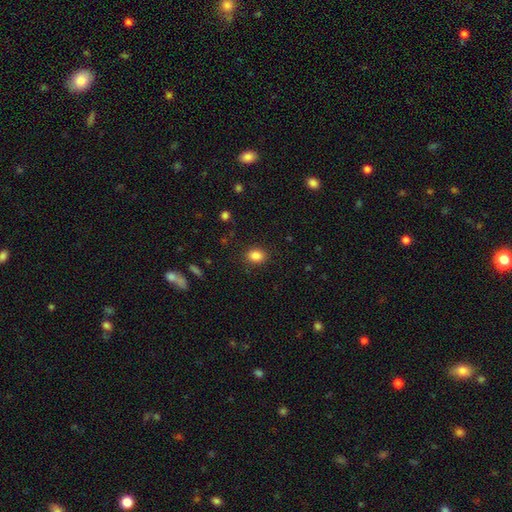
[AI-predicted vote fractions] Smooth or featured? Predicted: smooth (p=0.86). How rounded? Predicted: in between (p=0.65). Merging? Predicted: none (p=0.87).